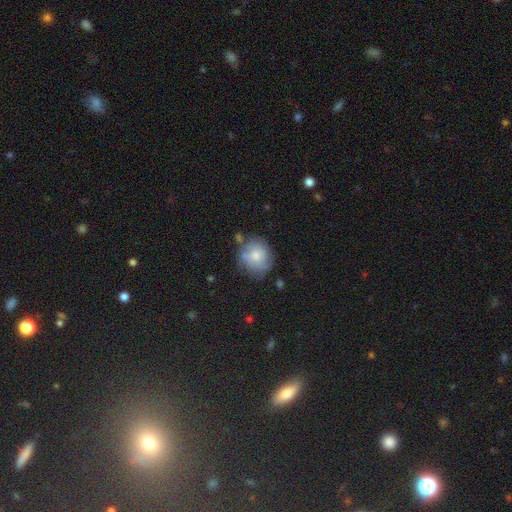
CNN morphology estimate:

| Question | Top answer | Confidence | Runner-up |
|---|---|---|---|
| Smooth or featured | smooth | 58% | featured or disk (34%) |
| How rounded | round | 78% | in between (21%) |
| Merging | none | 60% | minor disturbance (25%) |